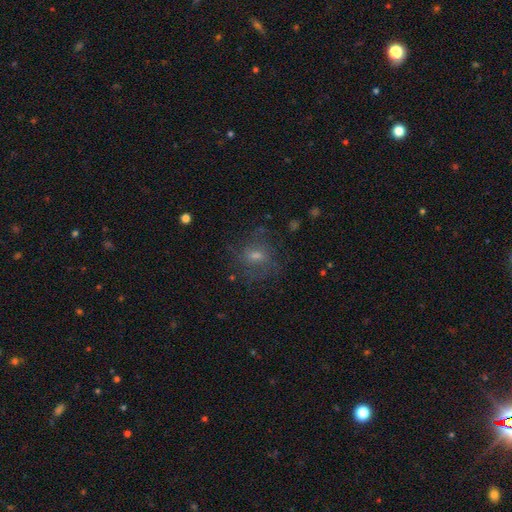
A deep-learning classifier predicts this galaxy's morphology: Smooth or featured?
  - featured or disk: 42% *
  - smooth: 37%
  - star or artifact: 20%
Merging?
  - none: 68% *
  - minor disturbance: 17%
  - major disturbance: 13%
  - merger: 1%